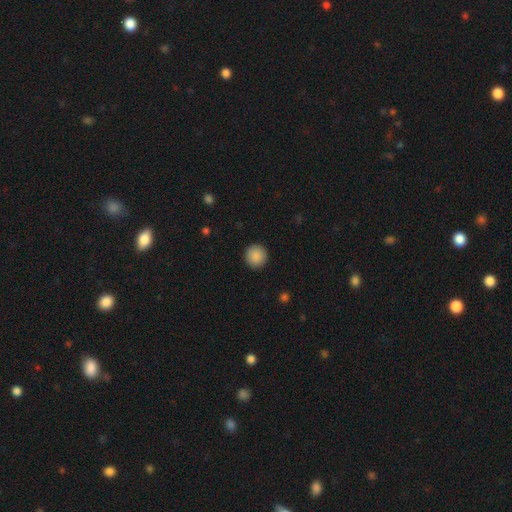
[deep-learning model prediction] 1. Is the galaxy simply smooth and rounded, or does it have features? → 89% smooth, 8% star or artifact, 3% featured or disk.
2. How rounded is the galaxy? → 95% round, 4% in between, 1% cigar-shaped.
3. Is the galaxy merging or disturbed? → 93% none, 5% minor disturbance, 2% major disturbance, 1% merger.